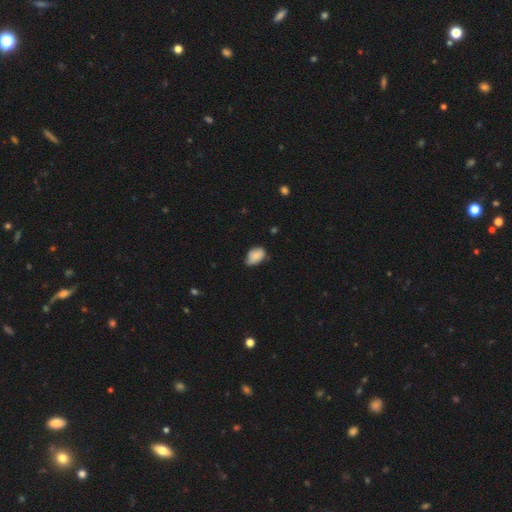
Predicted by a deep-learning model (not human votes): Overall: smooth (85%). How rounded: in between (89%). Merging: none (56%; minor disturbance 37%).